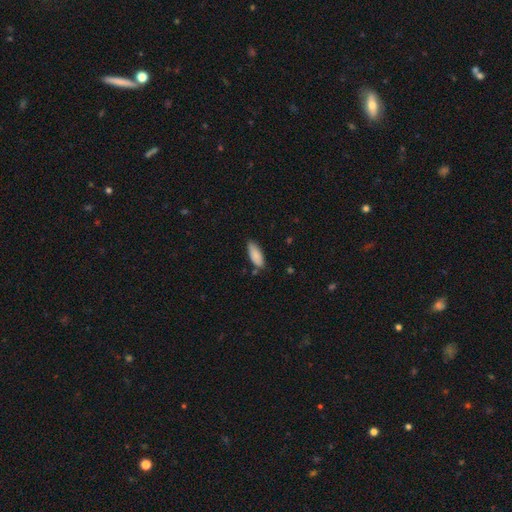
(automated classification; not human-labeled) Smooth or featured: smooth — 88% (featured or disk — 6%)
How rounded: in between — 75% (cigar-shaped — 23%)
Merging: none — 73% (minor disturbance — 21%)